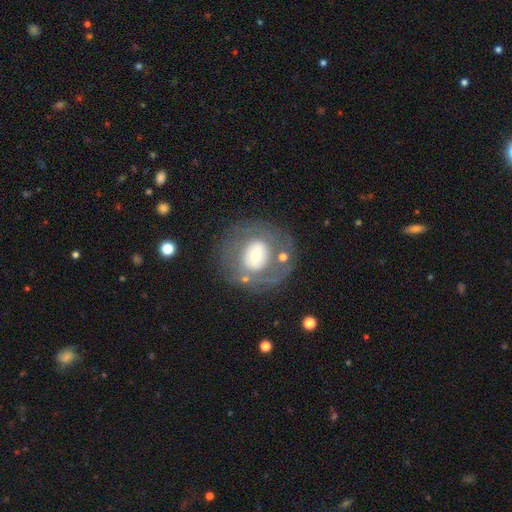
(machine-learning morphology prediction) A featured or disk galaxy (54%) with no bar (72%), no spiral arms (73%) and a moderate central bulge (46%).

Vote fractions:
- Smooth or featured? featured or disk: 54% / smooth: 38% / star or artifact: 8%
- Edge-on disk? no: 95% / yes: 5%
- Bar? no: 72% / weak: 20% / strong: 8%
- Spiral arms? no: 73% / yes: 27%
- Bulge size? moderate: 46% / small: 33% / large: 16% / dominant: 3% / none: 2%
- Merging? none: 68% / minor disturbance: 14% / major disturbance: 13% / merger: 5%